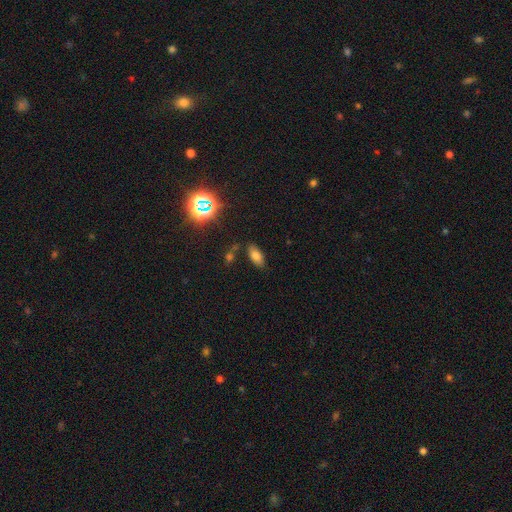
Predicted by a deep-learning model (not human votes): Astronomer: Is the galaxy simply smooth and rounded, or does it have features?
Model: smooth — 71%.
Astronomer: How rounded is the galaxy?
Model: in between — 87%.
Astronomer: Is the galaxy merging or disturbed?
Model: none — 78%.